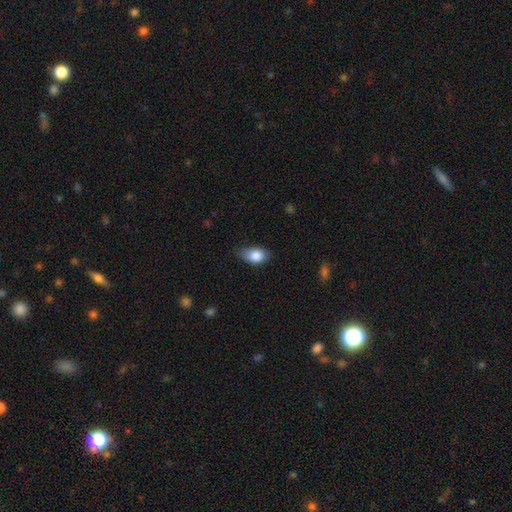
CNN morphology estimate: Smooth or featured?
  - smooth: 84% *
  - featured or disk: 9%
  - star or artifact: 7%
How rounded?
  - in between: 87% *
  - round: 10%
  - cigar-shaped: 2%
Merging?
  - none: 65% *
  - minor disturbance: 29%
  - major disturbance: 5%
  - merger: 1%